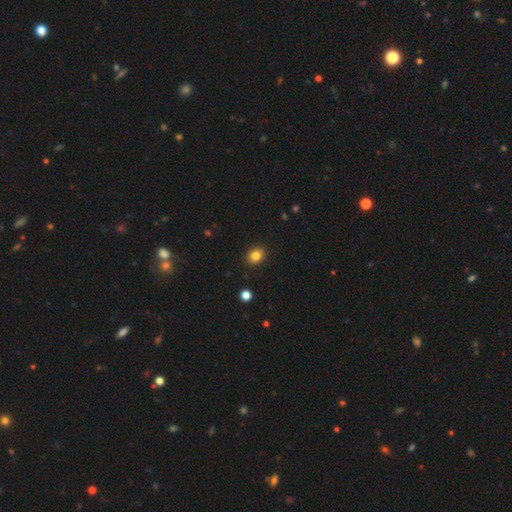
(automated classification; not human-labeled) A smooth galaxy with no disk features (83%) that is round (53%). Merging: none (90%).